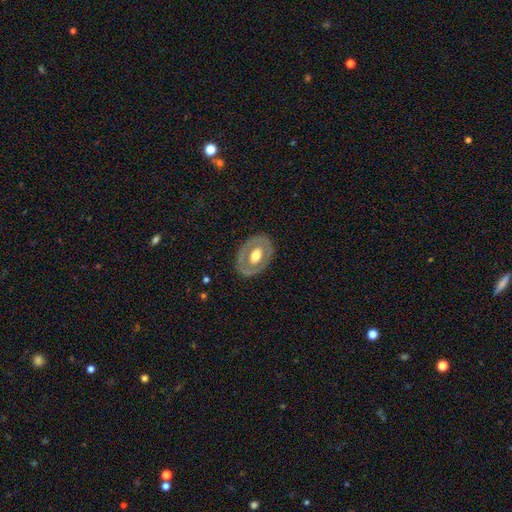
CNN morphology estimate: This is possibly a featured or disk galaxy (56%). It is clearly not viewed edge-on (92%). Bar: likely no (73%). Spiral arm pattern: clearly no (88%). Central bulge: likely moderate (62%). Merging: clearly none (80%).